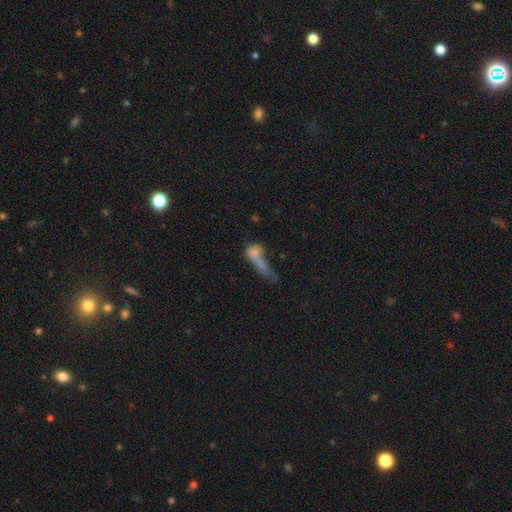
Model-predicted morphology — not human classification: Smooth or featured? Predicted: smooth (p=0.60). How rounded? Predicted: in between (p=0.43). Merging? Predicted: merger (p=0.35).